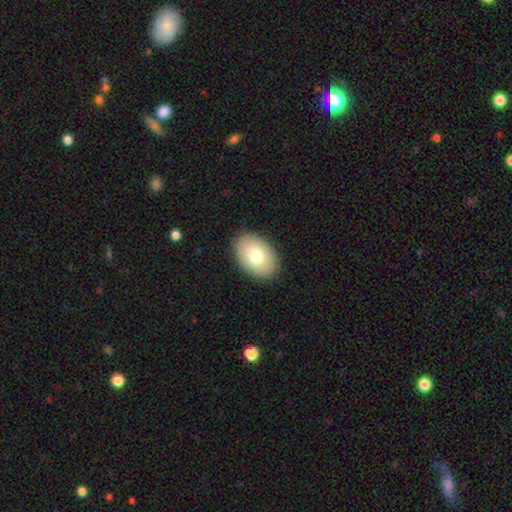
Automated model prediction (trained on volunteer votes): smooth 76%, featured or disk 17%, star or artifact 8%. Down the decision tree: how rounded — in between (86%); merging — none (89%).